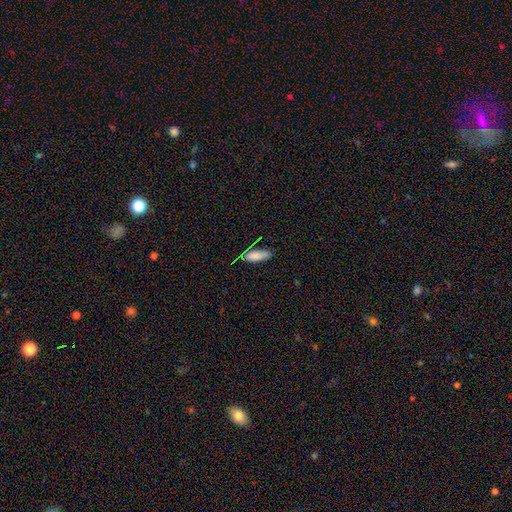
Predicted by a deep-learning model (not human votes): Overall: smooth (83%). How rounded: in between (68%; cigar-shaped 30%). Merging: none (72%).